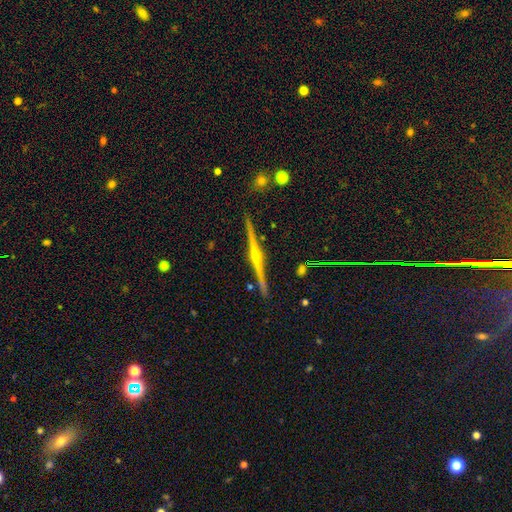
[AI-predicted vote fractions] Q: Smooth or featured?
A: featured or disk (84%); runner-up: star or artifact (8%)
Q: Edge-on disk?
A: yes (98%); runner-up: no (2%)
Q: Edge-on bulge?
A: rounded (87%); runner-up: none (9%)
Q: Merging?
A: none (89%); runner-up: minor disturbance (8%)